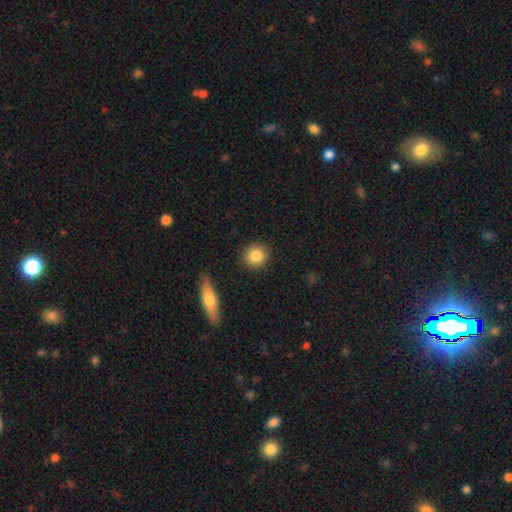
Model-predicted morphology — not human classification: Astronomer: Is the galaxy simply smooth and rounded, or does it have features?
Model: smooth — 85%.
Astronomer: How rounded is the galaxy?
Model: round — 89%.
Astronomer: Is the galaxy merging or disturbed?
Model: none — 89%.